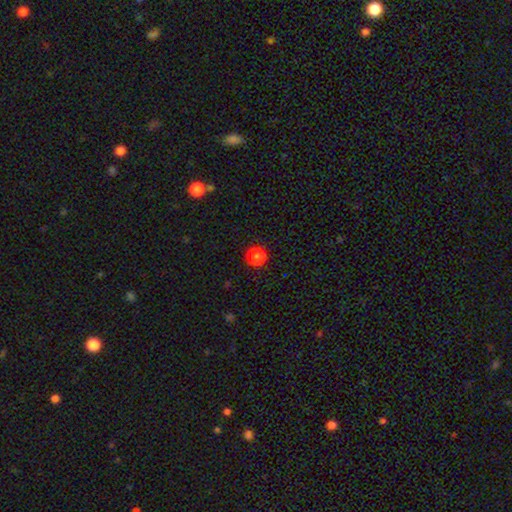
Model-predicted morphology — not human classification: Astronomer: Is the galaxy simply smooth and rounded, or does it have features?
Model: smooth — 77%.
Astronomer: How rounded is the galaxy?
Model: round — 94%.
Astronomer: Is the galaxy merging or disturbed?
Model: none — 91%.